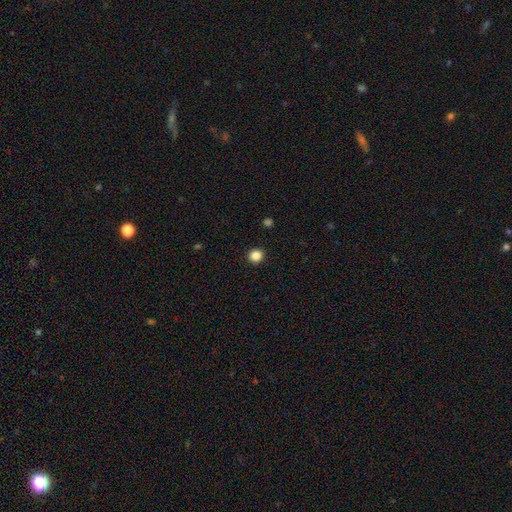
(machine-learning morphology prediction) A smooth galaxy with no disk features (85%) that is round (94%). Merging: none (93%).